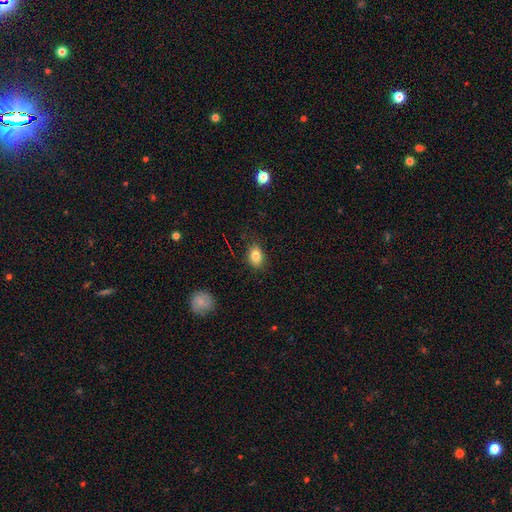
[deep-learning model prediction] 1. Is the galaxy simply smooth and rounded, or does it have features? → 84% smooth, 9% star or artifact, 7% featured or disk.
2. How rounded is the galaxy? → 80% in between, 18% round, 2% cigar-shaped.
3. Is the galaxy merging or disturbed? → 84% none, 12% minor disturbance, 3% major disturbance, 1% merger.